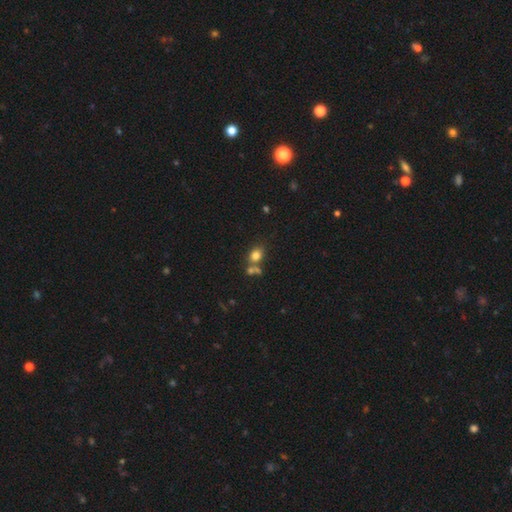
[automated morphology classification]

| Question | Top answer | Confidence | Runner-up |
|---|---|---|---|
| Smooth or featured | smooth | 77% | star or artifact (13%) |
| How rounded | in between | 50% | round (49%) |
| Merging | none | 54% | merger (30%) |